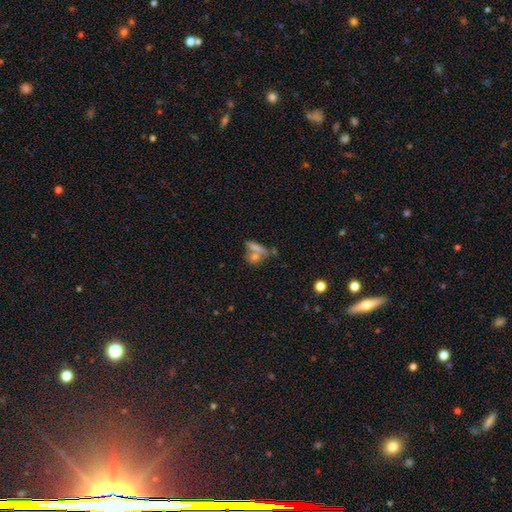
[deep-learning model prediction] Smooth or featured: star or artifact — 37% (smooth — 34%)